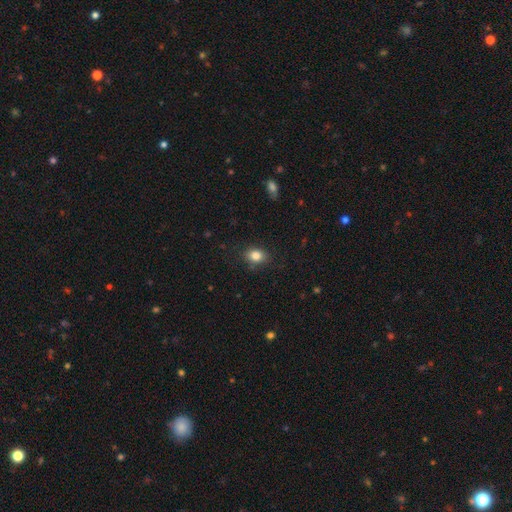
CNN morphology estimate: The model was most divided on "how rounded": in between: 63%, round: 36%, cigar-shaped: 1%. More confident: smooth or featured — smooth (84%); merging — none (84%).